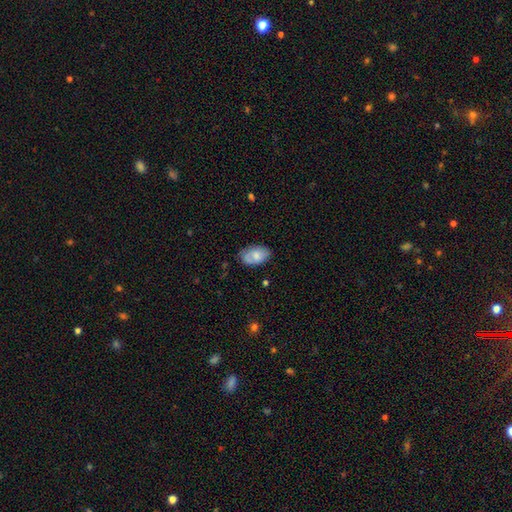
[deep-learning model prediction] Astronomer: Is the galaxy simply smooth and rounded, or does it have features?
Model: smooth — 72%.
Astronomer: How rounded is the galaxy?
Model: in between — 93%.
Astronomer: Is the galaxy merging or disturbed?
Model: none — 70%.